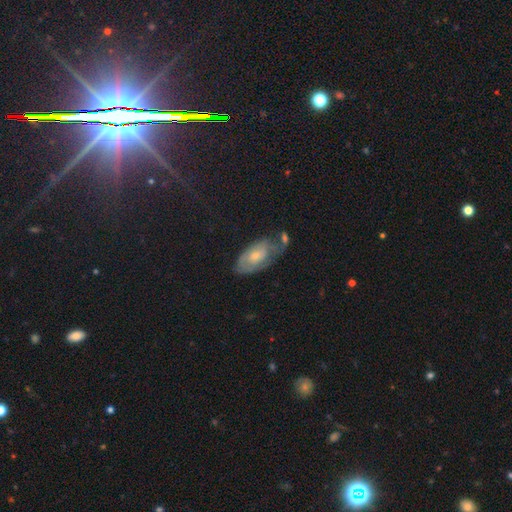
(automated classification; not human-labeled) The model was most divided on "merging": none: 39%, minor disturbance: 30%, major disturbance: 19%, merger: 12%. More confident: edge-on disk — no (92%); smooth or featured — featured or disk (51%).